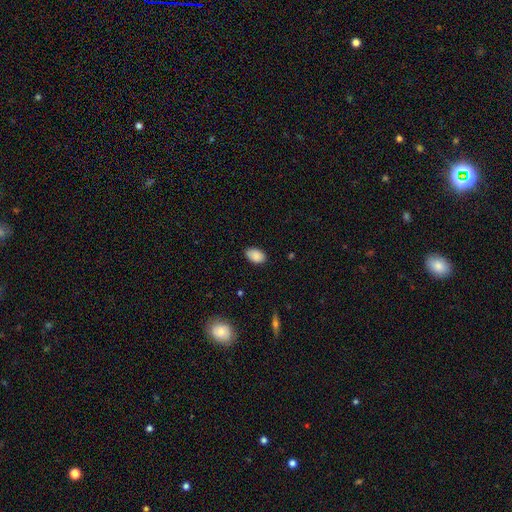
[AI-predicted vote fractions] A smooth galaxy with no disk features (89%) that is in between round and cigar-shaped (93%).

Vote fractions:
- Smooth or featured? smooth: 89% / star or artifact: 7% / featured or disk: 4%
- How rounded? in between: 93% / round: 6% / cigar-shaped: 1%
- Merging? none: 84% / minor disturbance: 12% / major disturbance: 2% / merger: 1%